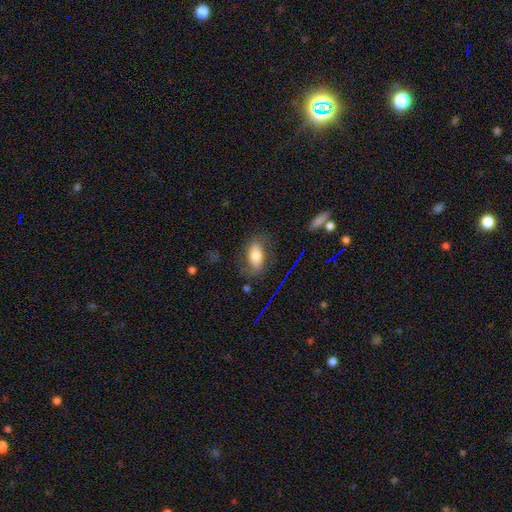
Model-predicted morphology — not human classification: The model was most divided on "smooth or featured": smooth: 64%, featured or disk: 26%, star or artifact: 10%. More confident: how rounded — in between (89%); merging — none (70%).